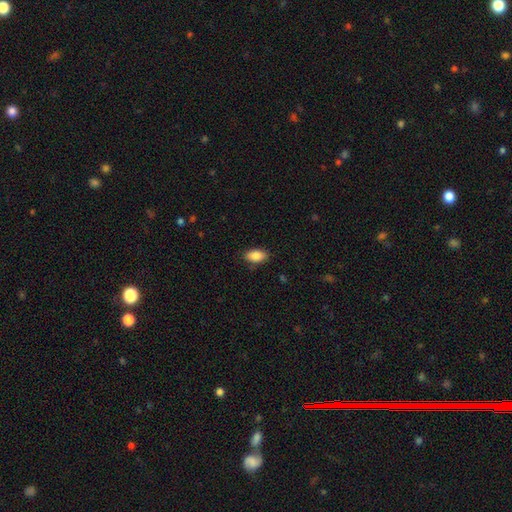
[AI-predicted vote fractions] Smooth or featured?
  - smooth: 88% *
  - star or artifact: 7%
  - featured or disk: 5%
How rounded?
  - in between: 93% *
  - round: 4%
  - cigar-shaped: 3%
Merging?
  - none: 85% *
  - minor disturbance: 11%
  - major disturbance: 3%
  - merger: 1%